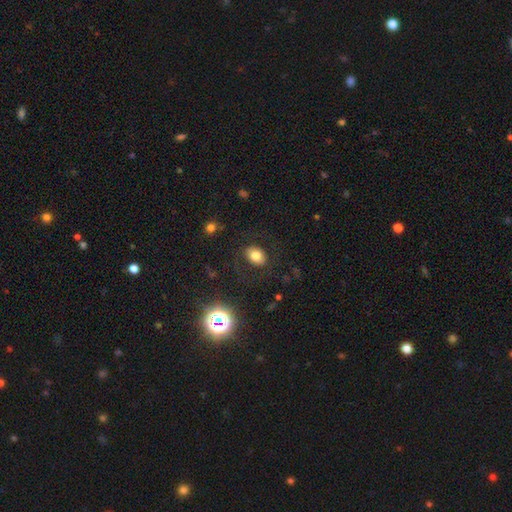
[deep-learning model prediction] This appears to be a smooth galaxy with no disk features (75%) that is in between round and cigar-shaped (70%). Merging: none (83%).